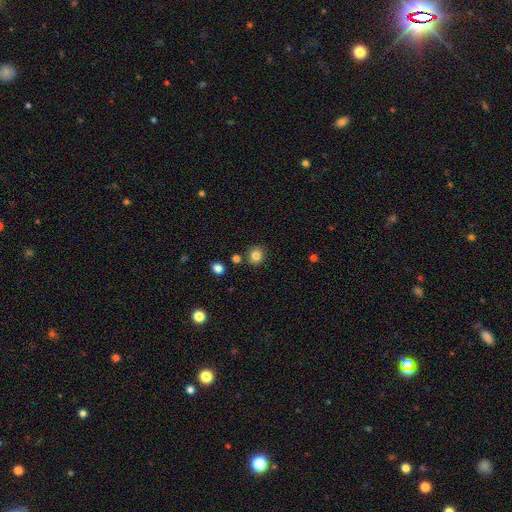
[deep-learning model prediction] Morphology: type=smooth (83%); roundness=round (86%); merging=none (84%).